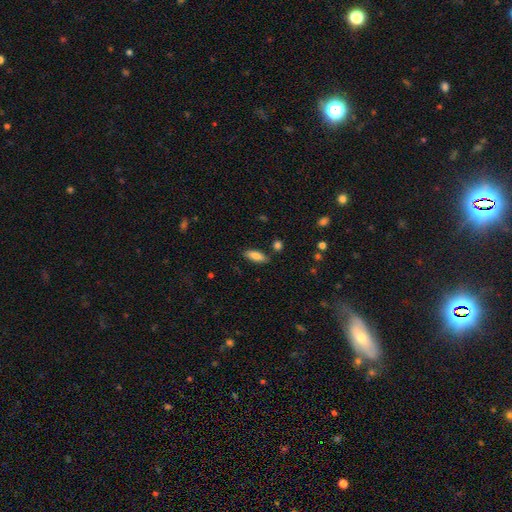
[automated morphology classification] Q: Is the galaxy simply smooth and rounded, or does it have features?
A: smooth — 82%.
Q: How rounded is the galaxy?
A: in between — 76%.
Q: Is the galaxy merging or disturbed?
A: none — 84%.